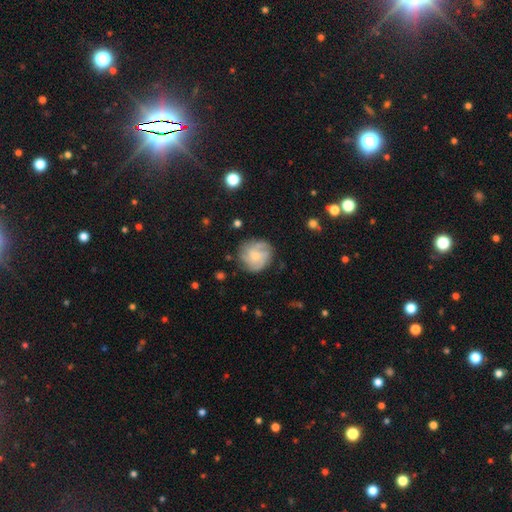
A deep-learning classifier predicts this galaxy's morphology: The model was most divided on "bulge size": small: 53%, moderate: 35%, none: 8%, large: 3%, dominant: 1%. More confident: edge-on disk — no (98%); spiral arms — yes (84%); bar — no (75%); merging — none (75%); smooth or featured — featured or disk (57%).